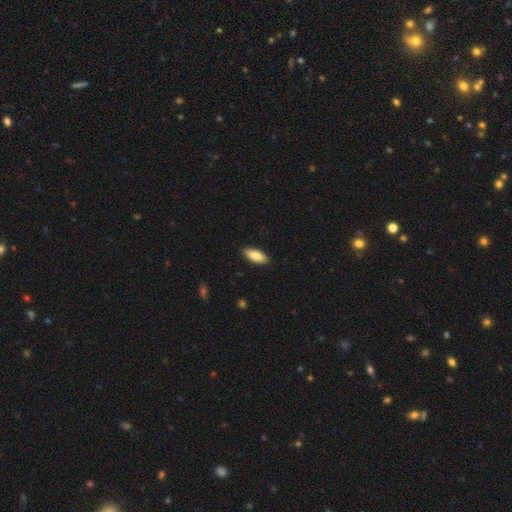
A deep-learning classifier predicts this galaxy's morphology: A smooth galaxy with no disk features (81%) that is in between round and cigar-shaped (80%).

Vote fractions:
- Smooth or featured? smooth: 81% / featured or disk: 13% / star or artifact: 6%
- How rounded? in between: 80% / cigar-shaped: 18% / round: 2%
- Merging? none: 89% / minor disturbance: 9% / major disturbance: 2% / merger: 1%